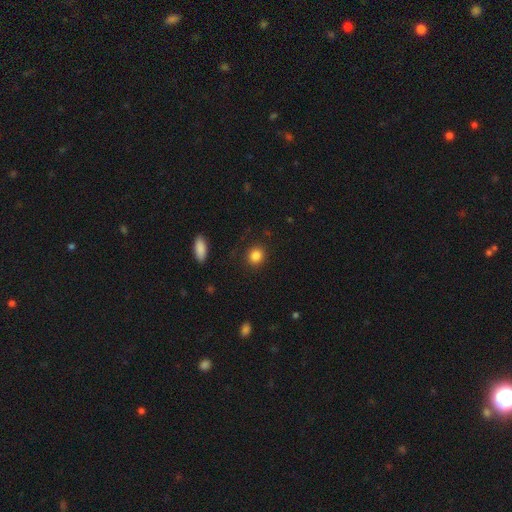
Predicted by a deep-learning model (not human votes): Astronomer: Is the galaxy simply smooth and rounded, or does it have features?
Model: smooth — 86%.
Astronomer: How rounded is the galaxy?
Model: round — 82%.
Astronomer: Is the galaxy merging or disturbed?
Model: none — 89%.